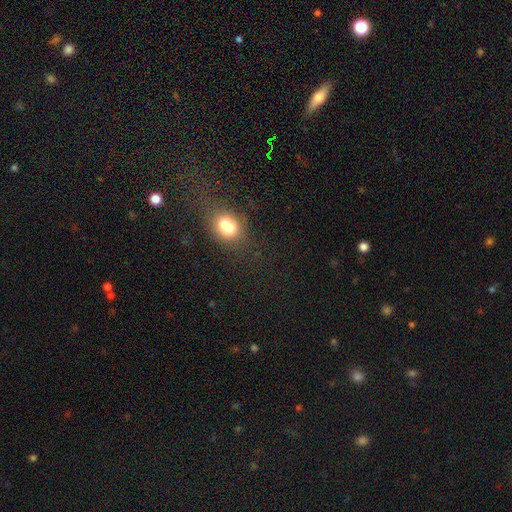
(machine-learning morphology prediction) smooth_or_featured: smooth (p=0.56) [alt: star or artifact p=0.30]
how_rounded: round (p=0.52) [alt: in between p=0.39]
merging: none (p=0.71) [alt: minor disturbance p=0.15]